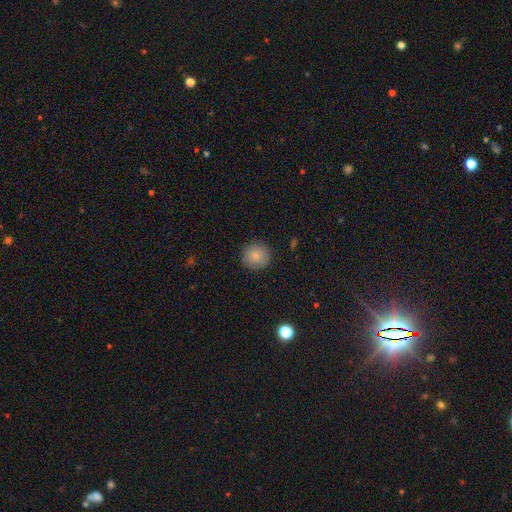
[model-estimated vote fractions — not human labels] Overall: smooth (85%). How rounded: round (93%). Merging: none (89%).